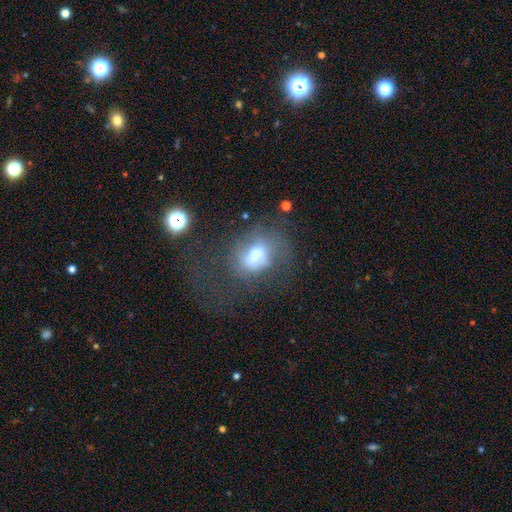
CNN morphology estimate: smooth-or-featured: smooth: 53% | featured or disk: 32% | star or artifact: 15%
  how-rounded: in between: 57% | round: 41% | cigar-shaped: 2%
  merging: major disturbance: 38% | none: 35% | minor disturbance: 20% | merger: 6%